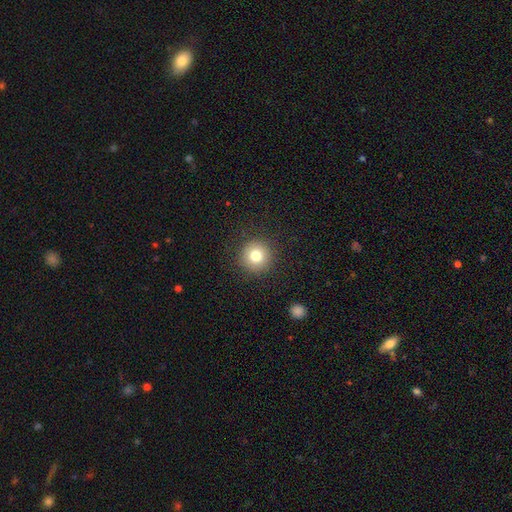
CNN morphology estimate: Q: Smooth or featured?
A: smooth (78%); runner-up: star or artifact (11%)
Q: How rounded?
A: round (95%); runner-up: in between (4%)
Q: Merging?
A: none (90%); runner-up: minor disturbance (6%)